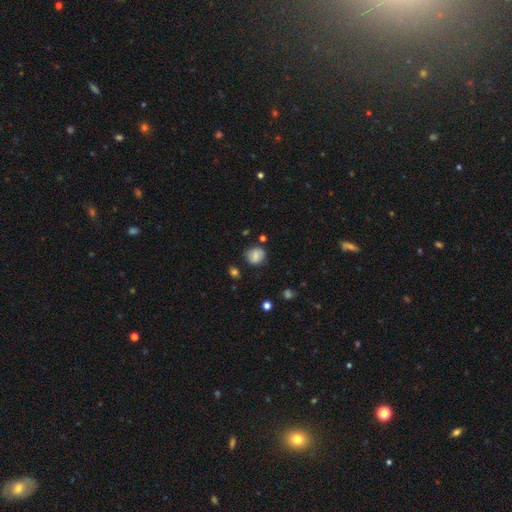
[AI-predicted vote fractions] The model was most divided on "how rounded": round: 77%, in between: 22%, cigar-shaped: 1%. More confident: smooth or featured — smooth (77%); merging — none (76%).